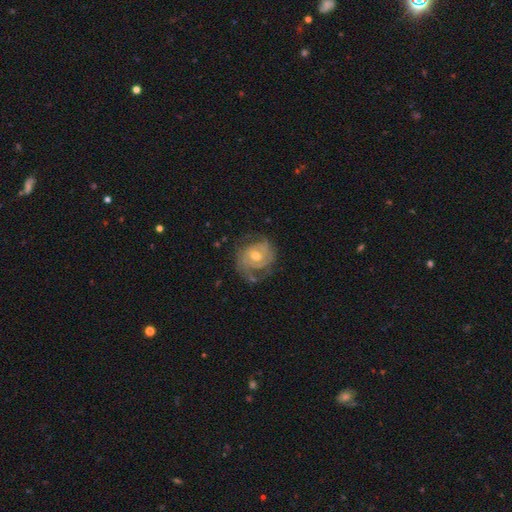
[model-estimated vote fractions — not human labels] A featured or disk galaxy (86%) with no bar (58%), 2 (55%) tight (65%) spiral arms (95%) and a moderate central bulge (75%). Merging: none (69%).